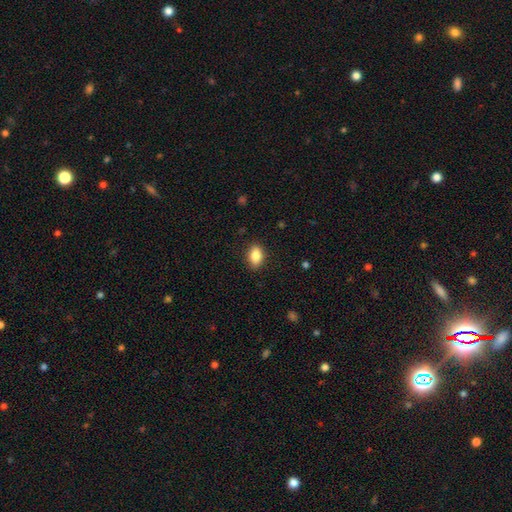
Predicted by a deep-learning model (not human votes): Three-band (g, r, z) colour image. It shows a smooth galaxy with no disk features (85%) that is in between round and cigar-shaped (86%). Merging: none (87%).